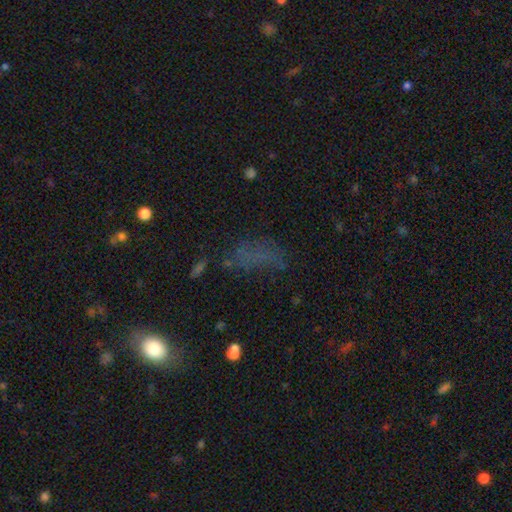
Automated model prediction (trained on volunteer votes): Q: Smooth or featured?
A: smooth (51%); runner-up: star or artifact (31%)
Q: How rounded?
A: in between (74%); runner-up: cigar-shaped (15%)
Q: Merging?
A: none (50%); runner-up: major disturbance (23%)